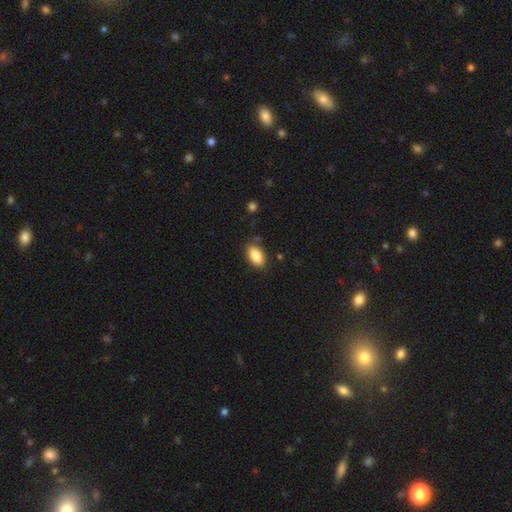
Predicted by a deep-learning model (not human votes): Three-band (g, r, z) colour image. It shows a smooth galaxy with no disk features (87%) that is in between round and cigar-shaped (93%). Merging: none (84%).